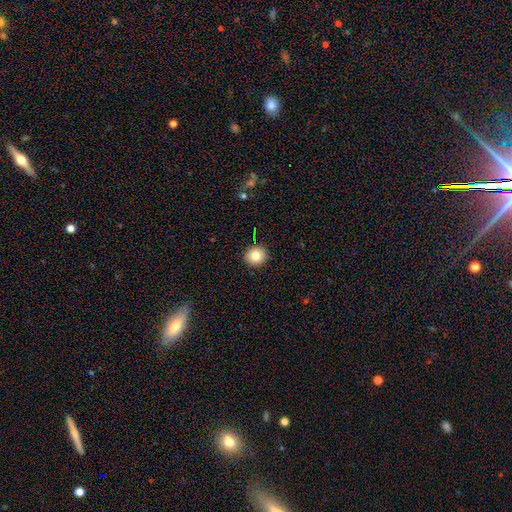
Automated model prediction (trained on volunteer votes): Smooth or featured? smooth (81%)
How rounded? round (89%)
Merging? none (91%)